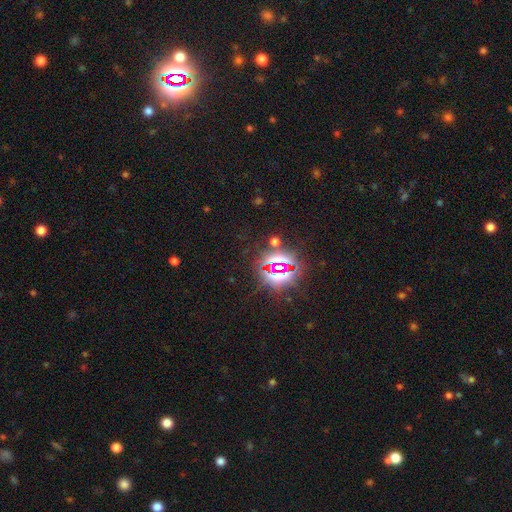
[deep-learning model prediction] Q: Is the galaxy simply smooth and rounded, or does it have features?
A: star or artifact — 85%.